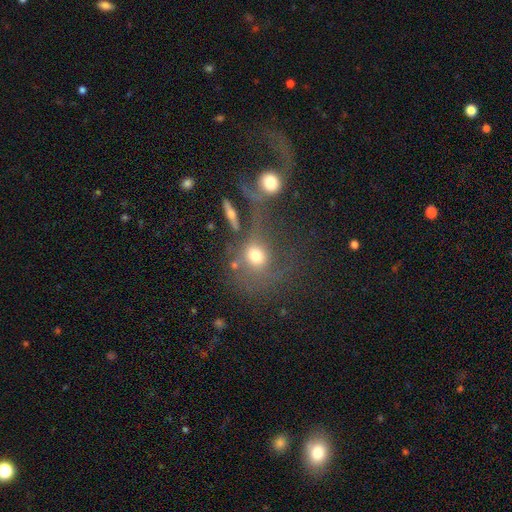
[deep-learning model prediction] Smooth or featured: smooth — 63% (featured or disk — 21%)
How rounded: round — 65% (in between — 32%)
Merging: none — 36% (merger — 30%)